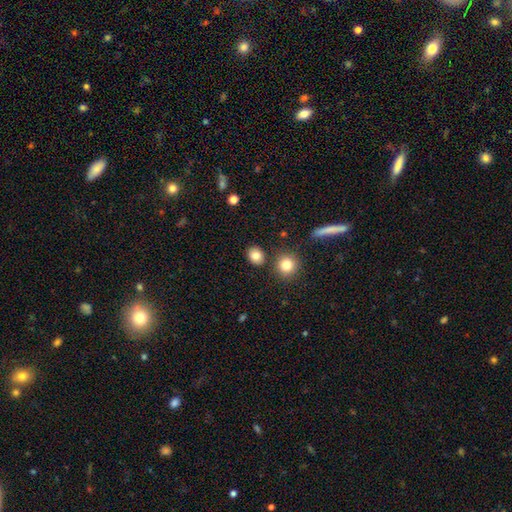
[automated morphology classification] Smooth or featured?
  - smooth: 83% *
  - star or artifact: 10%
  - featured or disk: 6%
How rounded?
  - round: 65% *
  - in between: 34%
  - cigar-shaped: 1%
Merging?
  - none: 83% *
  - minor disturbance: 8%
  - merger: 6%
  - major disturbance: 2%